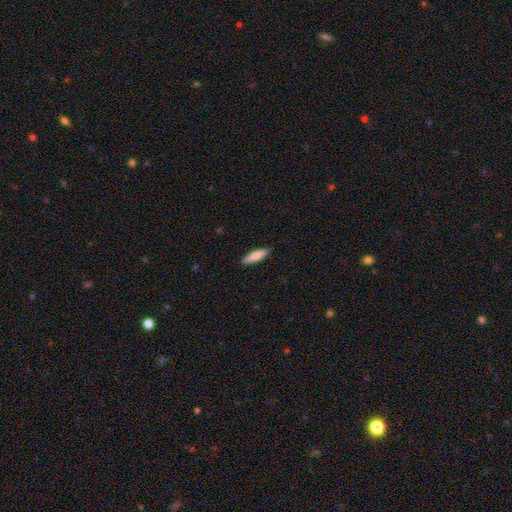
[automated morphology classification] Smooth or featured?
  - smooth: 80% *
  - featured or disk: 14%
  - star or artifact: 6%
How rounded?
  - cigar-shaped: 73% *
  - in between: 26%
  - round: 1%
Merging?
  - none: 89% *
  - minor disturbance: 8%
  - major disturbance: 2%
  - merger: 1%